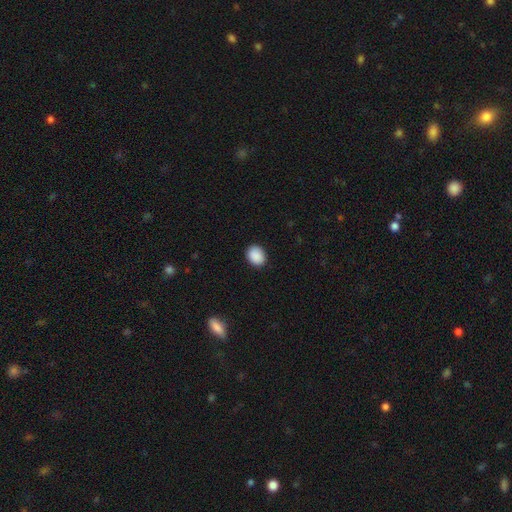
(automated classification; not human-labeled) A smooth galaxy with no disk features (90%) that is in between round and cigar-shaped (58%). Merging: none (89%).